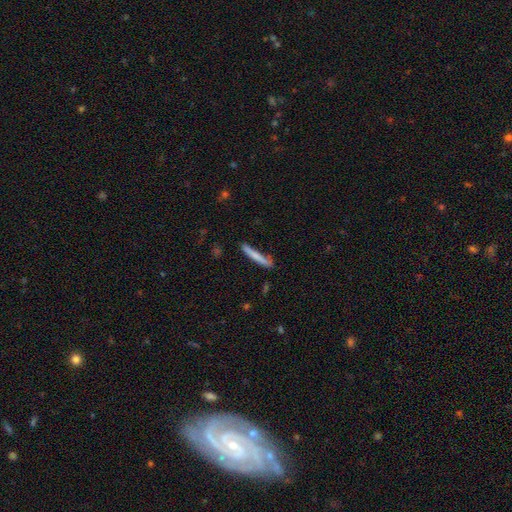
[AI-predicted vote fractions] A smooth galaxy with no disk features (70%) that is cigar-shaped (96%). Merging: none (81%).